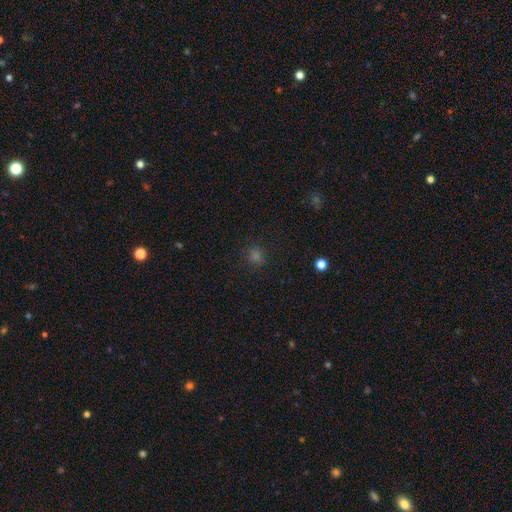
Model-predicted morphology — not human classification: A smooth galaxy with no disk features (67%) that is round (85%).

Vote fractions:
- Smooth or featured? smooth: 67% / star or artifact: 28% / featured or disk: 5%
- How rounded? round: 85% / in between: 13% / cigar-shaped: 1%
- Merging? none: 88% / minor disturbance: 8% / major disturbance: 3% / merger: 1%